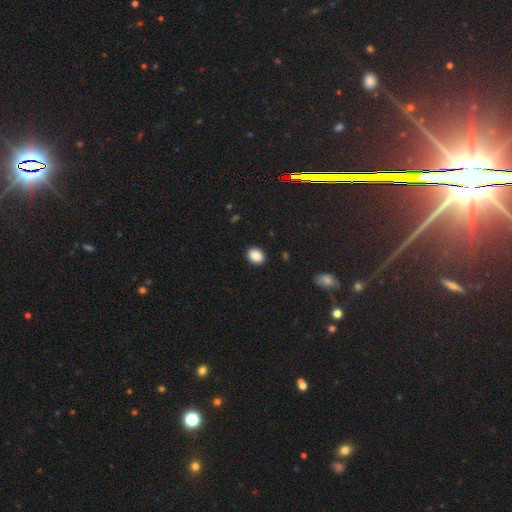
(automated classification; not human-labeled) Smooth or featured: smooth — 89% (star or artifact — 8%)
How rounded: in between — 61% (round — 38%)
Merging: none — 90% (minor disturbance — 7%)